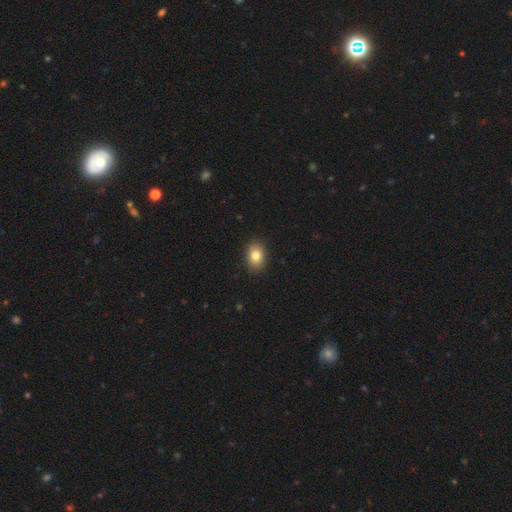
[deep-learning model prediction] Smooth or featured? smooth (82%)
How rounded? in between (74%)
Merging? none (89%)